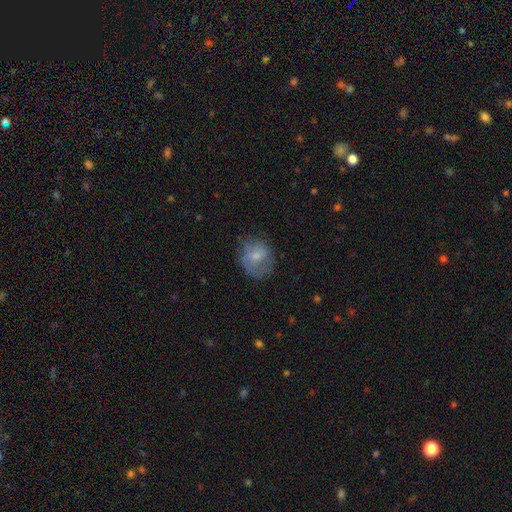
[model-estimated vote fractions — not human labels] Smooth or featured?
  - smooth: 59% *
  - featured or disk: 33%
  - star or artifact: 8%
How rounded?
  - round: 64% *
  - in between: 35%
  - cigar-shaped: 1%
Merging?
  - none: 52% *
  - minor disturbance: 28%
  - major disturbance: 19%
  - merger: 2%